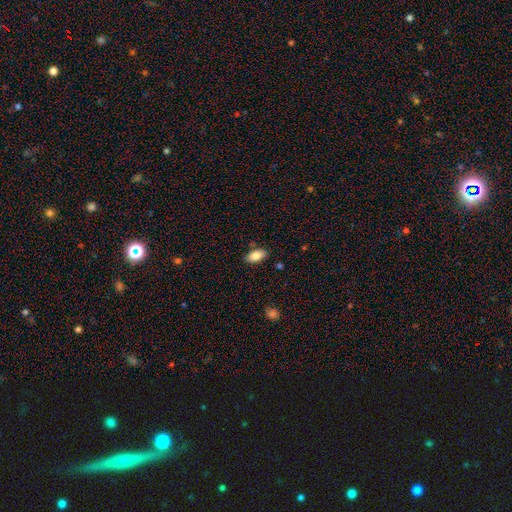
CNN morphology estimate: Smooth or featured? smooth (84%)
How rounded? in between (92%)
Merging? none (83%)